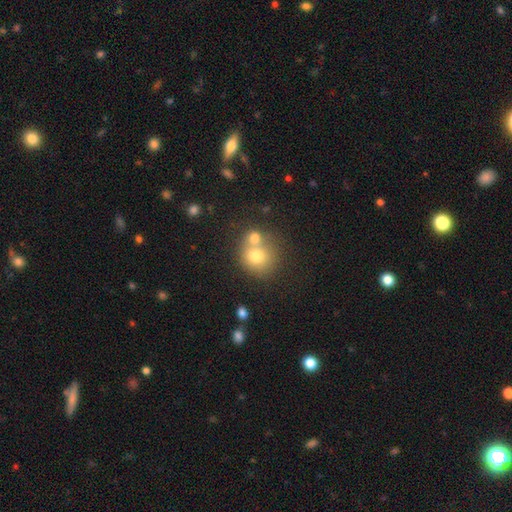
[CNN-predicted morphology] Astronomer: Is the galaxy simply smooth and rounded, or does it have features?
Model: smooth — 72%.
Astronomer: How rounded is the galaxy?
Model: round — 83%.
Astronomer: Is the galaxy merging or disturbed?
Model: merger — 47% (runner-up: none, 41%).